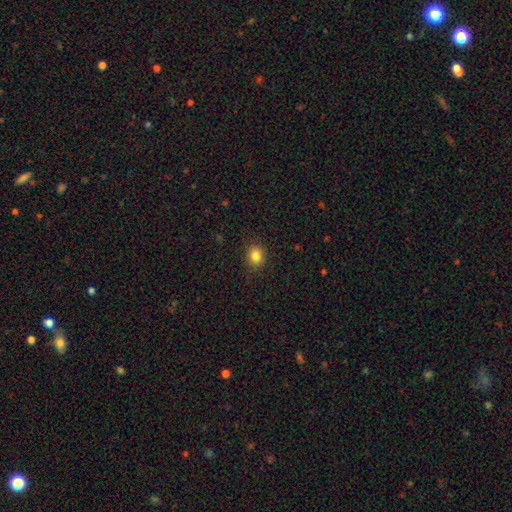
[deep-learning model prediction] Overall: smooth (84%). How rounded: round (69%; in between 30%). Merging: none (88%).